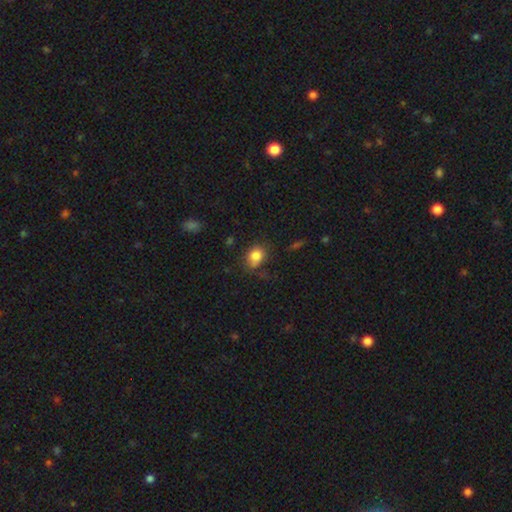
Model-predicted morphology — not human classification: Smooth or featured? smooth (82%)
How rounded? in between (51%)
Merging? none (66%)